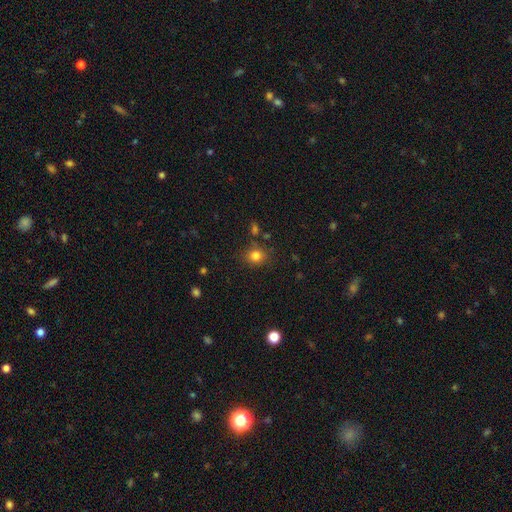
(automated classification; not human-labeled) This is clearly a smooth galaxy (81%). How rounded: likely round (75%). Merging: clearly none (80%).